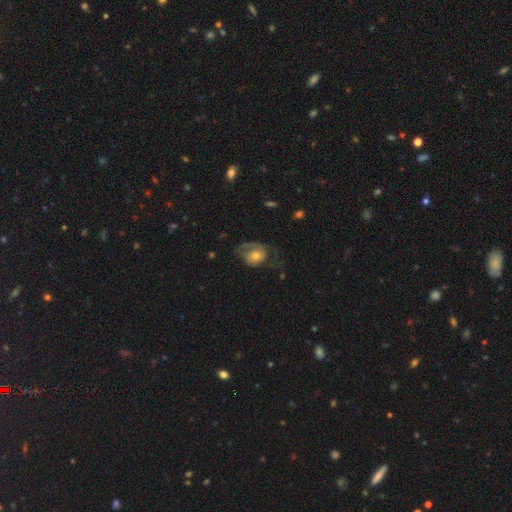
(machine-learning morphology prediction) Overall: featured or disk (57%; smooth 35%). Edge-on disk: no (96%). Bar: no (76%). Spiral arms: yes (75%). Bulge size: moderate (58%; small 31%). Merging: none (41%; major disturbance 35%).